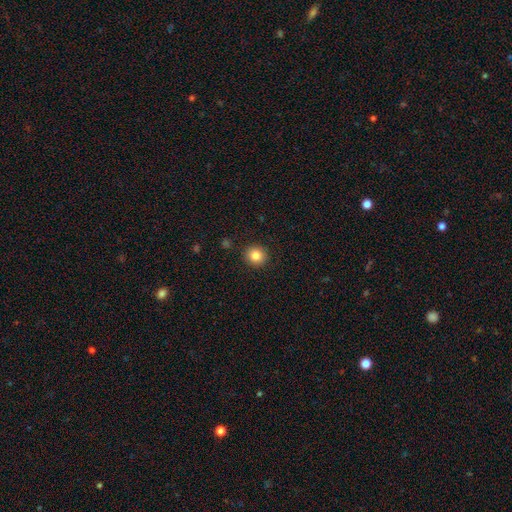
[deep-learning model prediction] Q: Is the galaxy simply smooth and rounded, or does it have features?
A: smooth — 84%.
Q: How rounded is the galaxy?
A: round — 90%.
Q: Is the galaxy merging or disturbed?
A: none — 91%.